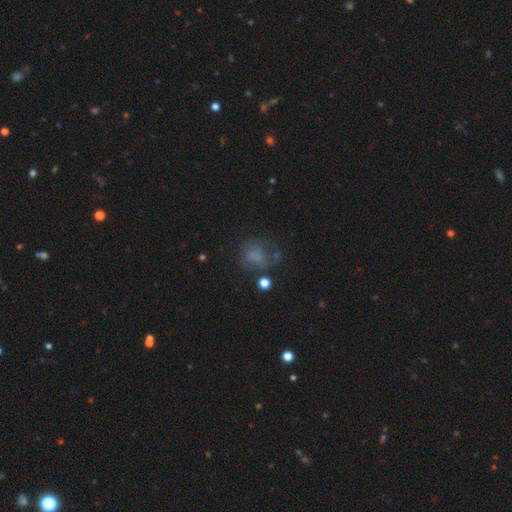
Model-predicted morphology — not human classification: Smooth or featured? Predicted: smooth (p=0.53). How rounded? Predicted: round (p=0.58). Merging? Predicted: none (p=0.43).